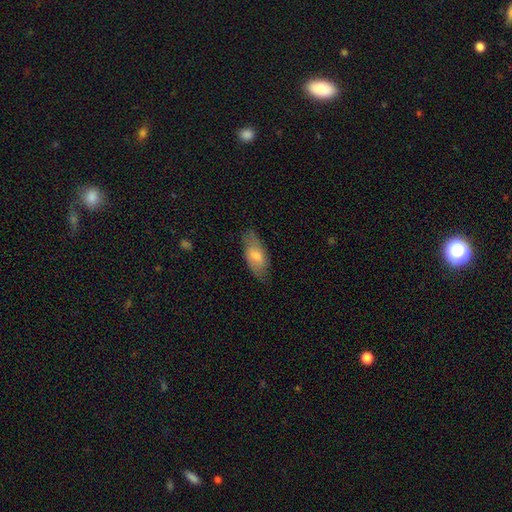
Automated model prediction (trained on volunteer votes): Morphology: type=smooth (69%); roundness=in between (86%); merging=none (74%).